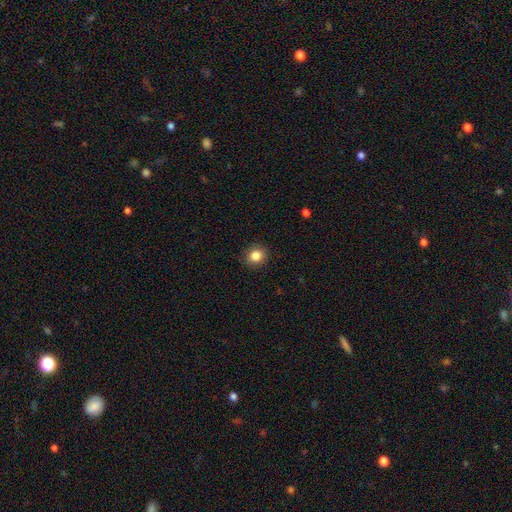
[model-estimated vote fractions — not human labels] Smooth or featured: smooth — 84% (star or artifact — 10%)
How rounded: round — 78% (in between — 21%)
Merging: none — 89% (minor disturbance — 8%)